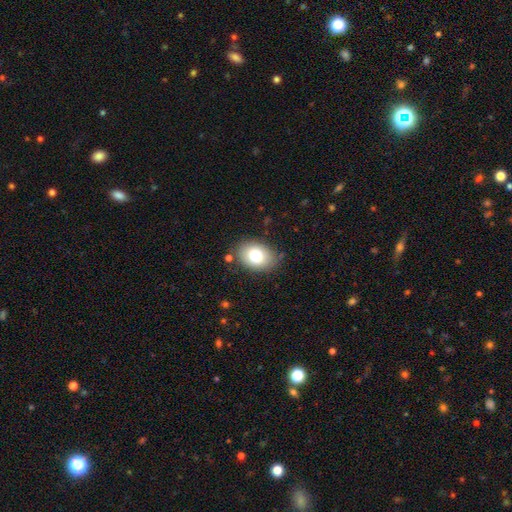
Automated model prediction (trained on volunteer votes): Q: Smooth or featured?
A: smooth (78%); runner-up: featured or disk (13%)
Q: How rounded?
A: in between (75%); runner-up: round (24%)
Q: Merging?
A: none (82%); runner-up: minor disturbance (13%)